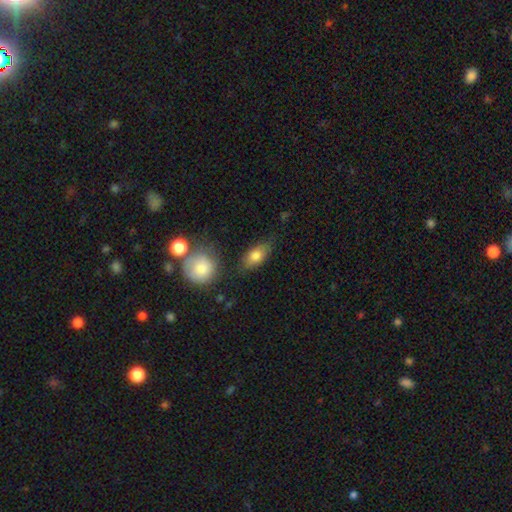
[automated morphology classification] Smooth or featured?
  - smooth: 78% *
  - featured or disk: 15%
  - star or artifact: 8%
How rounded?
  - in between: 83% *
  - round: 9%
  - cigar-shaped: 7%
Merging?
  - none: 73% *
  - minor disturbance: 17%
  - merger: 5%
  - major disturbance: 4%